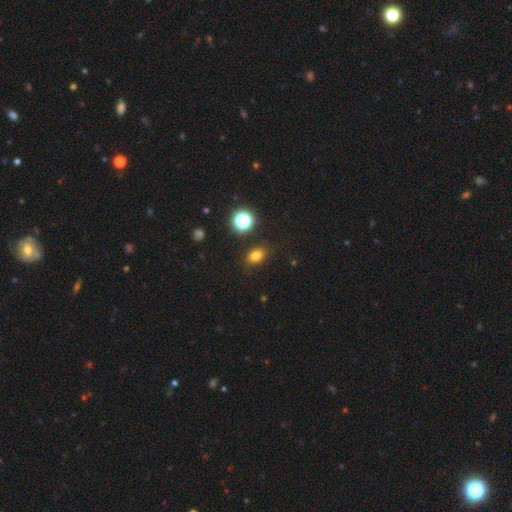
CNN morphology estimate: Q: Smooth or featured?
A: smooth (76%); runner-up: star or artifact (16%)
Q: How rounded?
A: in between (72%); runner-up: round (26%)
Q: Merging?
A: none (86%); runner-up: minor disturbance (9%)